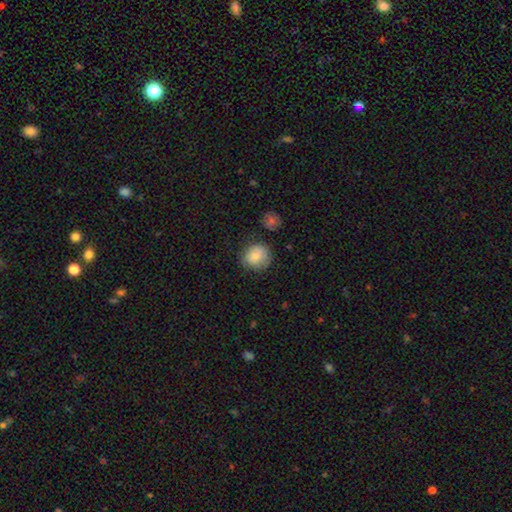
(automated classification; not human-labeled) The model was most divided on "merging": none: 72%, minor disturbance: 20%, major disturbance: 5%, merger: 3%. More confident: how rounded — round (82%); smooth or featured — smooth (78%).